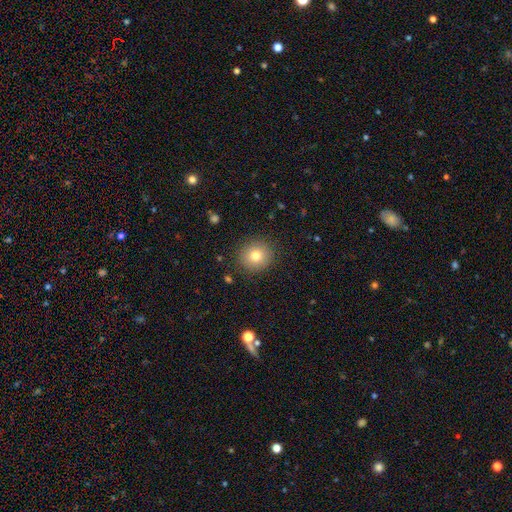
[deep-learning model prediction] This appears to be a smooth galaxy with no disk features (77%) that is round (90%). Merging: none (89%).